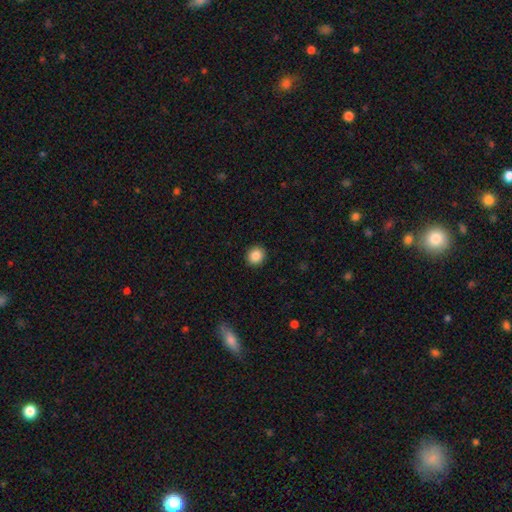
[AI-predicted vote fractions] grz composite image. It shows a smooth galaxy with no disk features (87%) that is round (84%). Merging: none (92%).